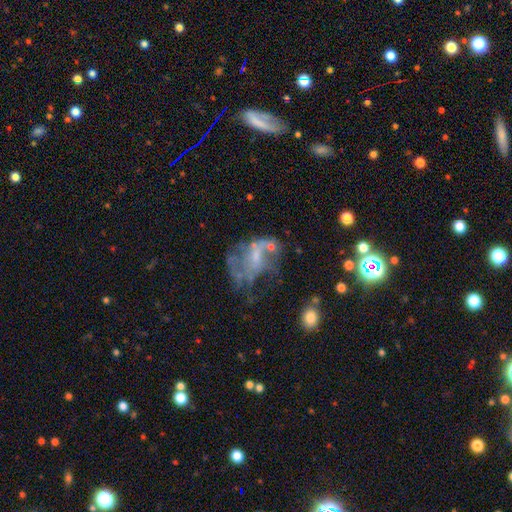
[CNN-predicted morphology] This is likely a featured or disk galaxy (64%). It is clearly not viewed edge-on (97%). Bar: likely no (65%). Spiral arm pattern: likely no (65%). Central bulge: marginally small (38%). Merging: marginally major disturbance (41%).